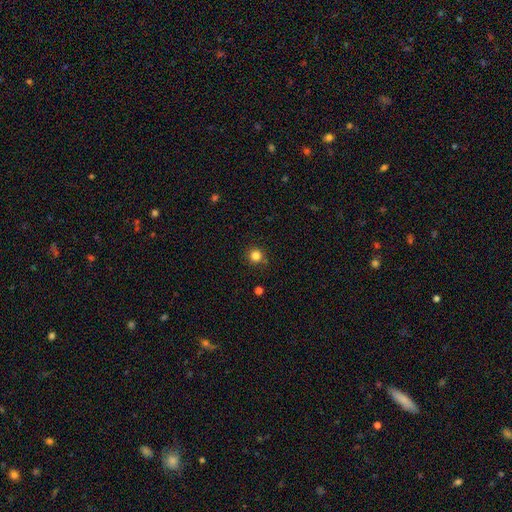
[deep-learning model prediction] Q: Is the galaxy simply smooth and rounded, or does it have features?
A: smooth — 82%.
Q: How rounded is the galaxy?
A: round — 95%.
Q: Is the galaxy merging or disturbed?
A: none — 86%.